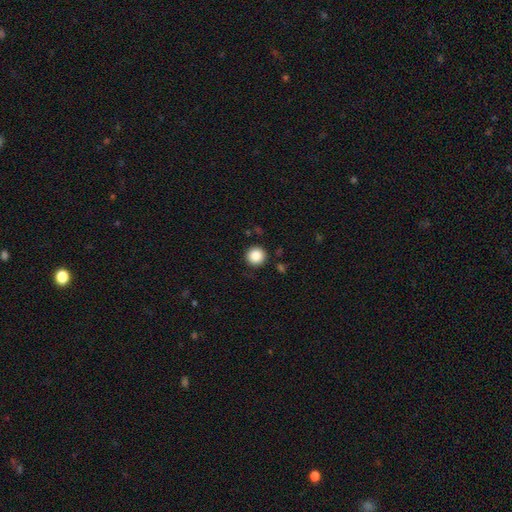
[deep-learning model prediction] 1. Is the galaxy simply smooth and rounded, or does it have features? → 87% smooth, 10% star or artifact, 4% featured or disk.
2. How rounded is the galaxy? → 96% round, 3% in between, 1% cigar-shaped.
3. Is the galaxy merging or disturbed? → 91% none, 6% minor disturbance, 2% major disturbance, 2% merger.